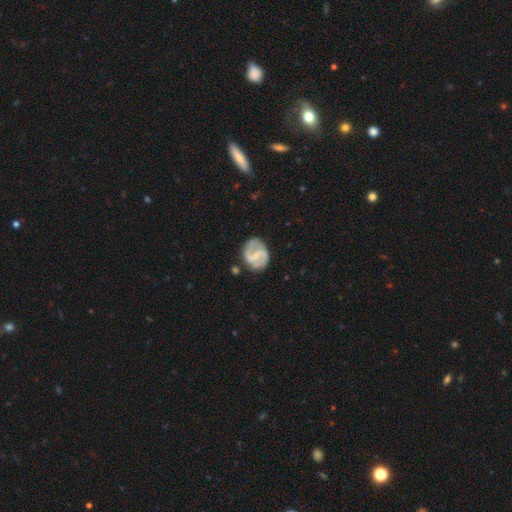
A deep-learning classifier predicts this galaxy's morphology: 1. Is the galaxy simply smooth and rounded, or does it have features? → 80% featured or disk, 15% smooth, 5% star or artifact.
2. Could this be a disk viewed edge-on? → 98% no, 2% yes.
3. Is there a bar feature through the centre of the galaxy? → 45% weak, 37% strong, 18% no.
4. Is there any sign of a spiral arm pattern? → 91% yes, 9% no.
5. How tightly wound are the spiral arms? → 48% medium, 30% loose, 22% tight.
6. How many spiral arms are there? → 89% 2, 5% can't tell, 2% 1, 2% 3, 1% 4, 1% more than 4.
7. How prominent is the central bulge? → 49% small, 34% none, 15% moderate, 1% large, 1% dominant.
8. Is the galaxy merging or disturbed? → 74% none, 17% minor disturbance, 6% major disturbance, 3% merger.